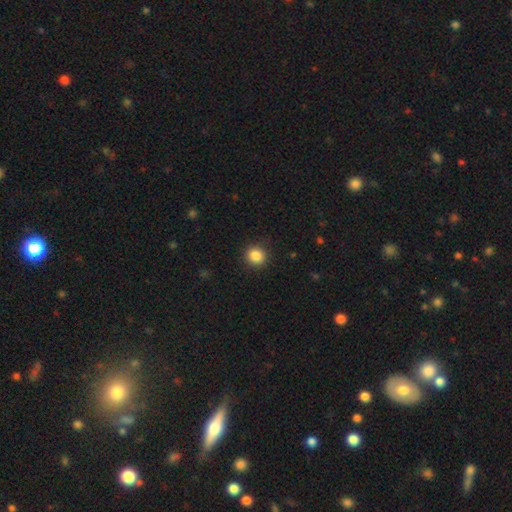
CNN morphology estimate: type=smooth (86%); roundness=round (88%); merging=none (90%).